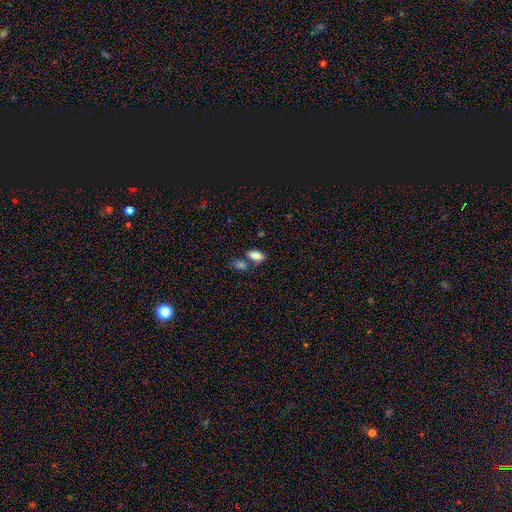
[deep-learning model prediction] Smooth or featured: smooth — 83% (featured or disk — 9%)
How rounded: in between — 87% (cigar-shaped — 9%)
Merging: none — 64% (merger — 19%)